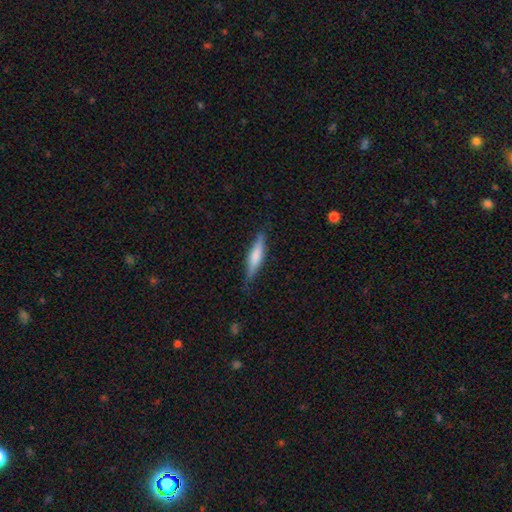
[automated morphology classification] smooth-or-featured: smooth: 59% | featured or disk: 35% | star or artifact: 6%
  how-rounded: cigar-shaped: 83% | in between: 16% | round: 2%
  merging: none: 83% | minor disturbance: 14% | major disturbance: 3% | merger: 1%